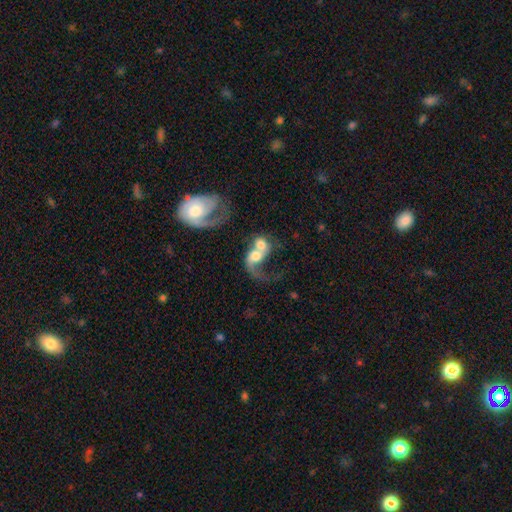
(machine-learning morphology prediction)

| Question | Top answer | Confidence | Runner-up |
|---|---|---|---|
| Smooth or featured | featured or disk | 58% | smooth (34%) |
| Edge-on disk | no | 96% | yes (4%) |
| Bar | no | 67% | weak (26%) |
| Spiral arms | yes | 75% | no (25%) |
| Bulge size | moderate | 43% | large (28%) |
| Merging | merger | 80% | major disturbance (9%) |